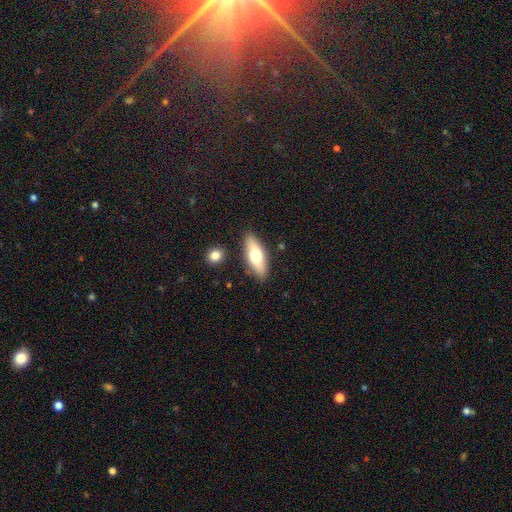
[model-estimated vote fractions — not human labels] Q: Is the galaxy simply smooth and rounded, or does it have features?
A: smooth — 66%.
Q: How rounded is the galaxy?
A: in between — 70%.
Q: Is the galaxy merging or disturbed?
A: none — 85%.